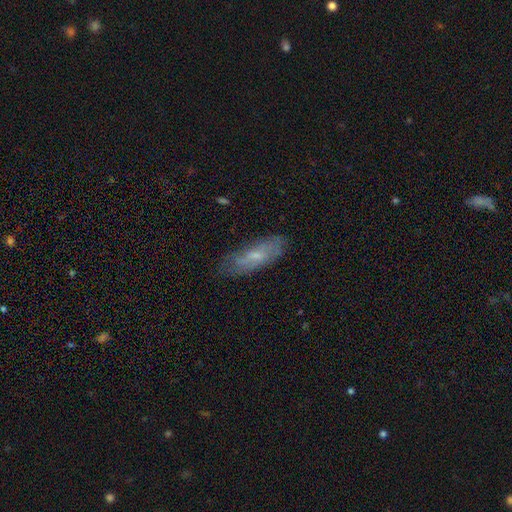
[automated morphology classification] smooth_or_featured: smooth (p=0.52) [alt: featured or disk p=0.40]
how_rounded: in between (p=0.59) [alt: cigar-shaped p=0.39]
merging: none (p=0.70) [alt: minor disturbance p=0.22]